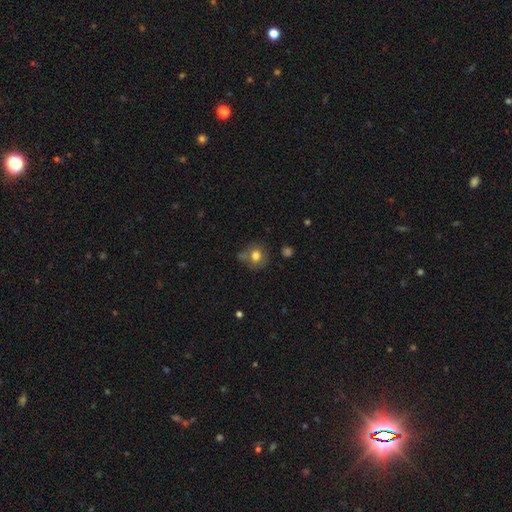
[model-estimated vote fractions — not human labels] Smooth or featured? Predicted: smooth (p=0.77). How rounded? Predicted: round (p=0.73). Merging? Predicted: none (p=0.59).